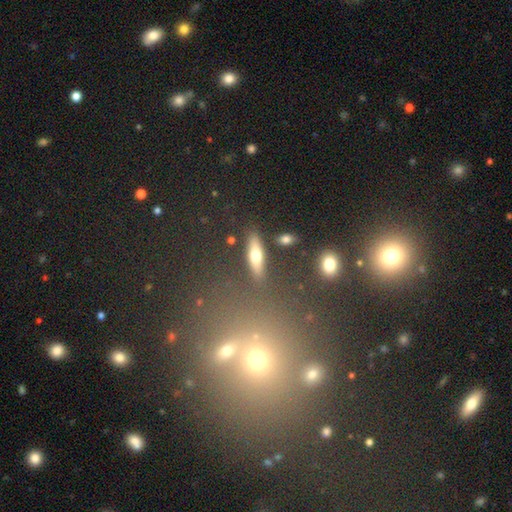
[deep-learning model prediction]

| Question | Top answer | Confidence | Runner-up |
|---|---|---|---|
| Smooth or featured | smooth | 61% | featured or disk (31%) |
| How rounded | cigar-shaped | 58% | in between (37%) |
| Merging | none | 82% | minor disturbance (10%) |